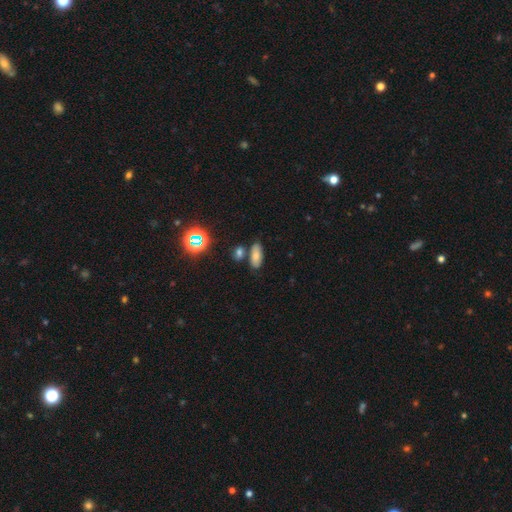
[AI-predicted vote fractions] This appears to be a smooth galaxy with no disk features (73%) that is in between round and cigar-shaped (83%). Merging: none (71%).